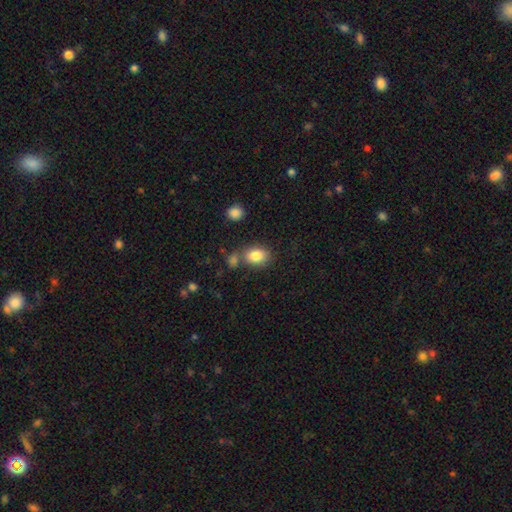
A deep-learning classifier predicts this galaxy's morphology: Smooth or featured: smooth — 84% (star or artifact — 8%)
How rounded: in between — 73% (round — 26%)
Merging: none — 63% (merger — 18%)